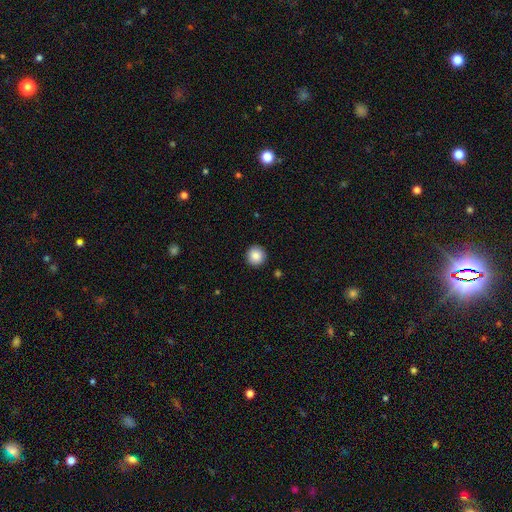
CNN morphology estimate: smooth-or-featured: smooth: 87% | star or artifact: 9% | featured or disk: 4%
  how-rounded: round: 95% | in between: 4% | cigar-shaped: 1%
  merging: none: 92% | minor disturbance: 5% | major disturbance: 2% | merger: 1%